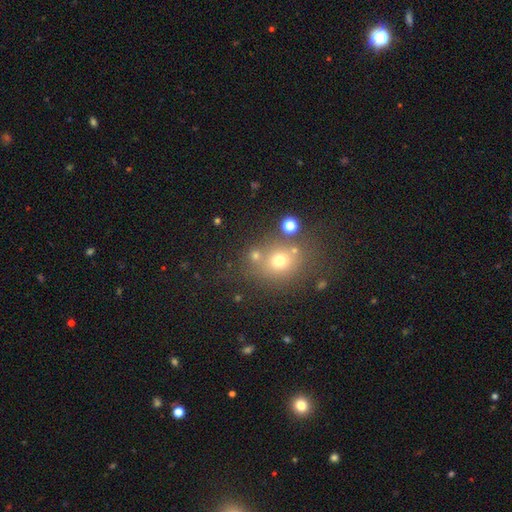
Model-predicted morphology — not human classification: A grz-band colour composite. It shows a smooth galaxy with no disk features (66%) that is round (78%). Merging: none (68%).